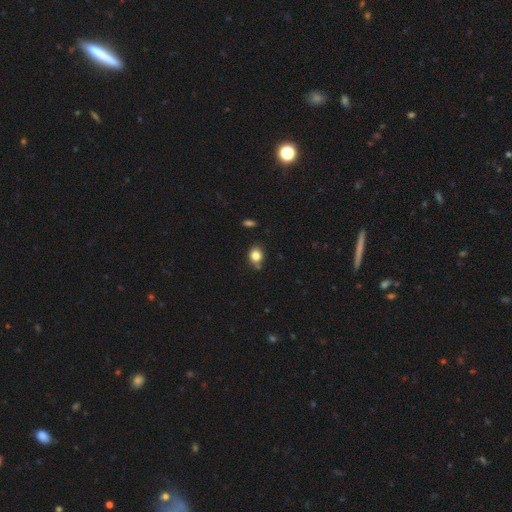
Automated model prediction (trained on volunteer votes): smooth_or_featured: smooth (p=0.82) [alt: star or artifact p=0.11]
how_rounded: round (p=0.64) [alt: in between p=0.35]
merging: none (p=0.73) [alt: minor disturbance p=0.17]